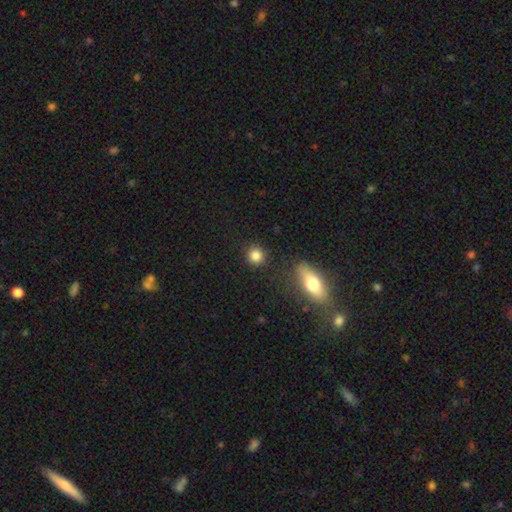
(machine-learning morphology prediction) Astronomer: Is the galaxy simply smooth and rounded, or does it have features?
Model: smooth — 85%.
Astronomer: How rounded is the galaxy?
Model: round — 90%.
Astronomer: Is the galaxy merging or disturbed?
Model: none — 86%.